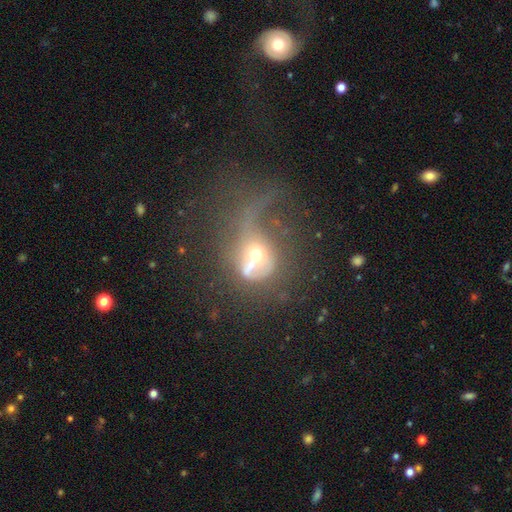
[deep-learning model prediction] This appears to be a featured or disk galaxy (43%, tied with smooth). Merging: major disturbance (48%).